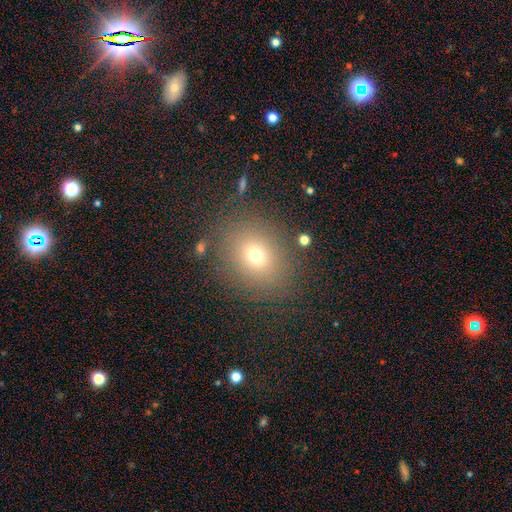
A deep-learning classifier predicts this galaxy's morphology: smooth 70%, star or artifact 18%, featured or disk 12%. Down the decision tree: how rounded — round (61%); merging — none (83%).